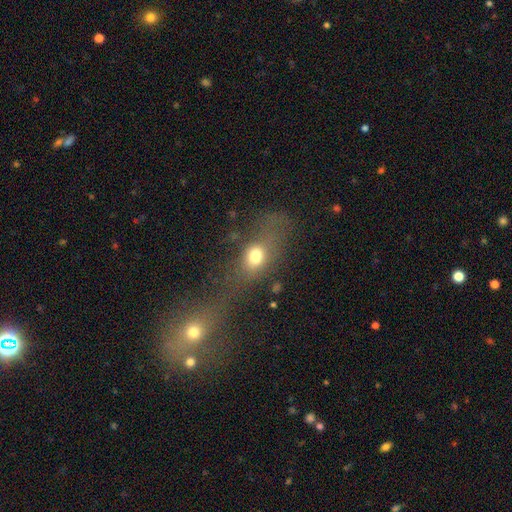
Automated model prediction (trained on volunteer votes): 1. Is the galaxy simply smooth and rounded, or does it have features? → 66% smooth, 19% featured or disk, 16% star or artifact.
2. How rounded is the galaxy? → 59% in between, 32% round, 9% cigar-shaped.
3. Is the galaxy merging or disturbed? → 31% none, 30% major disturbance, 23% merger, 15% minor disturbance.